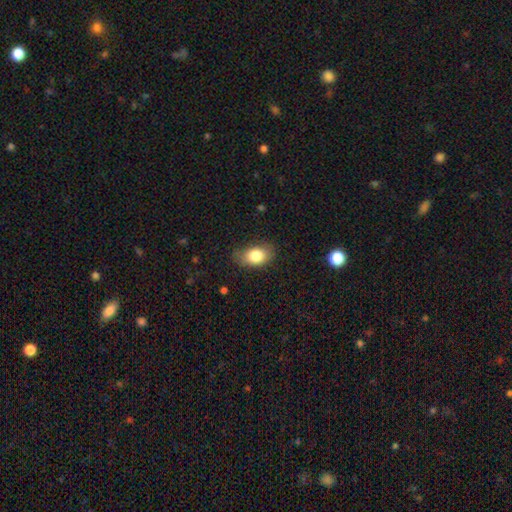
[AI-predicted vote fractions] This is clearly a smooth galaxy (81%). How rounded: clearly in between (85%). Merging: likely none (72%).